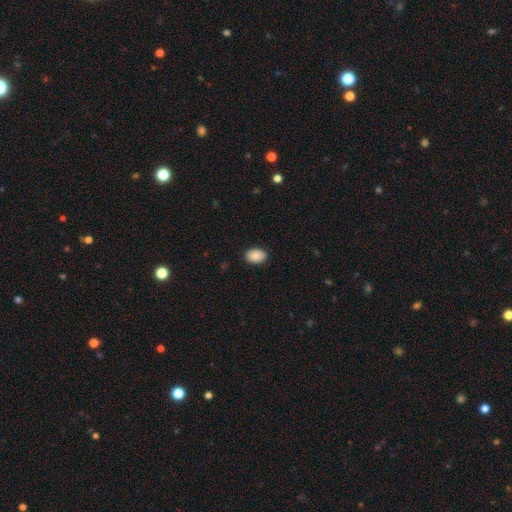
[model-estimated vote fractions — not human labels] Q: Smooth or featured?
A: smooth (88%); runner-up: star or artifact (7%)
Q: How rounded?
A: in between (82%); runner-up: round (17%)
Q: Merging?
A: none (89%); runner-up: minor disturbance (8%)